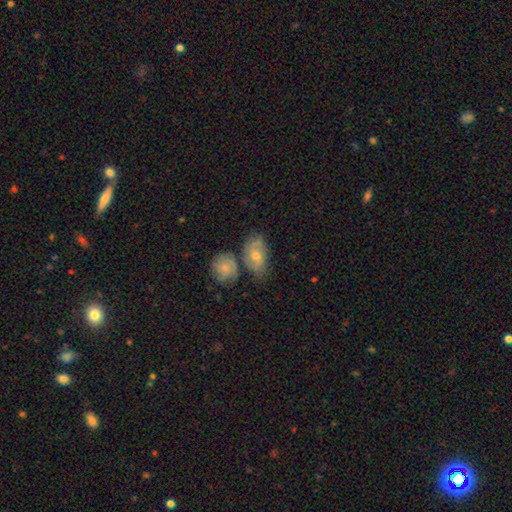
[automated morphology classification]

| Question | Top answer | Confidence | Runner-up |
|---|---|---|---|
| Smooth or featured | featured or disk | 52% | smooth (40%) |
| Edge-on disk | no | 95% | yes (5%) |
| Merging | none | 49% | merger (23%) |